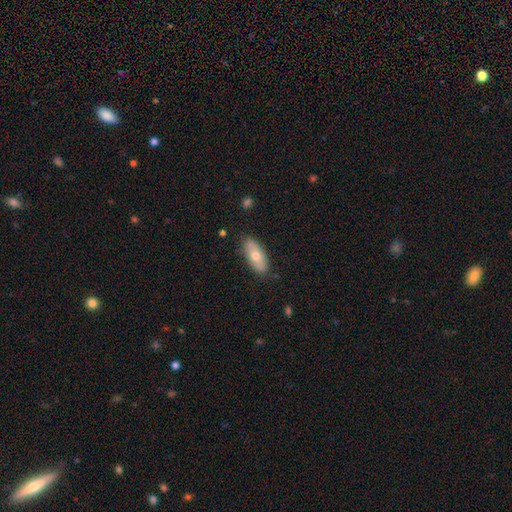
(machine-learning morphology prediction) smooth 65%, featured or disk 29%, star or artifact 6%. Down the decision tree: how rounded — in between (79%); merging — none (84%).